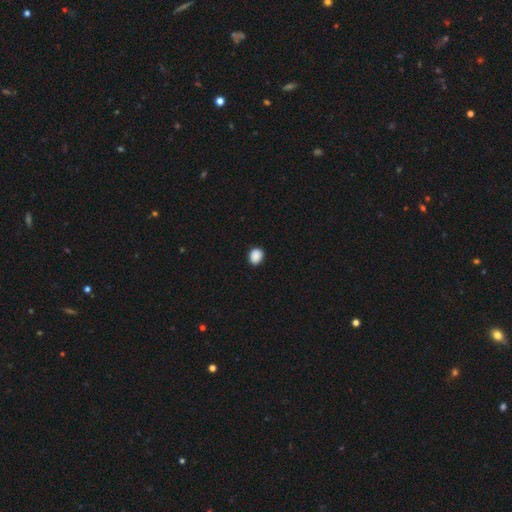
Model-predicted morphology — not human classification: This appears to be a smooth galaxy with no disk features (89%) that is round (53%). Merging: none (88%).